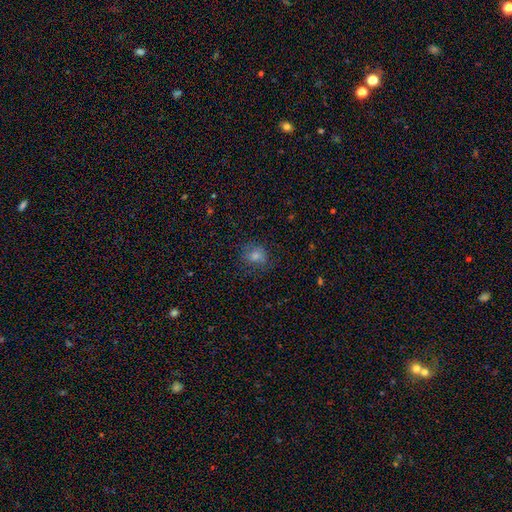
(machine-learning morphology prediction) A smooth galaxy with no disk features (65%) that is round (70%).

Vote fractions:
- Smooth or featured? smooth: 65% / star or artifact: 21% / featured or disk: 14%
- How rounded? round: 70% / in between: 28% / cigar-shaped: 1%
- Merging? none: 75% / minor disturbance: 16% / major disturbance: 8% / merger: 1%